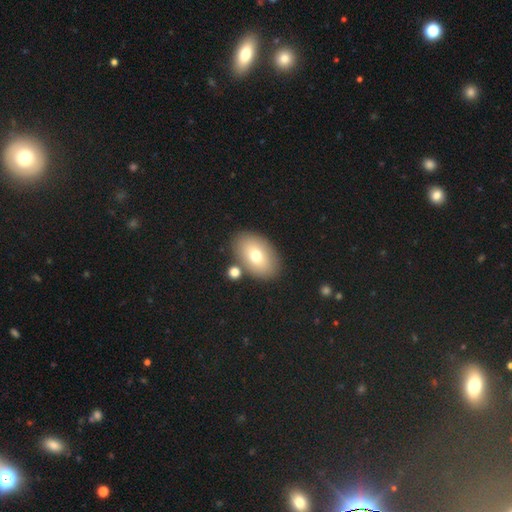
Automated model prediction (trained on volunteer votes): A smooth galaxy with no disk features (73%) that is in between round and cigar-shaped (90%).

Vote fractions:
- Smooth or featured? smooth: 73% / featured or disk: 19% / star or artifact: 8%
- How rounded? in between: 90% / round: 9% / cigar-shaped: 1%
- Merging? none: 80% / minor disturbance: 10% / merger: 8% / major disturbance: 3%